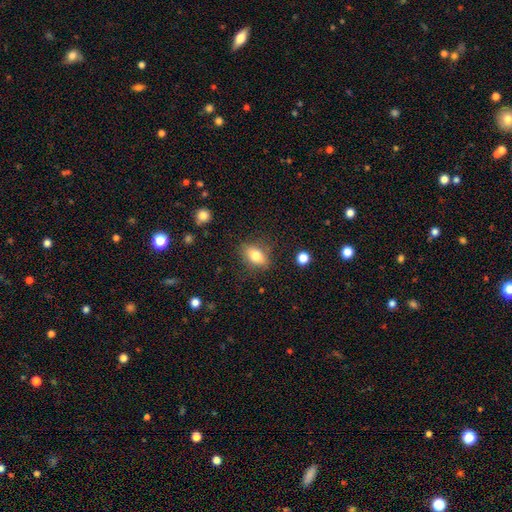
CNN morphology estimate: smooth 76%, featured or disk 15%, star or artifact 8%. Down the decision tree: how rounded — in between (81%); merging — none (79%).